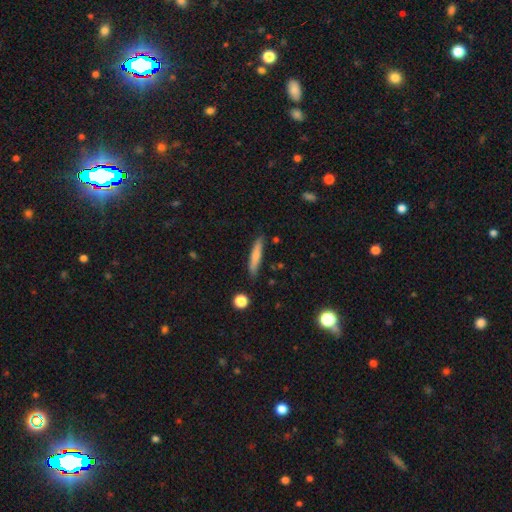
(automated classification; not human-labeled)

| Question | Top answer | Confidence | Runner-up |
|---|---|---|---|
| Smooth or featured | smooth | 70% | featured or disk (23%) |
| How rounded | cigar-shaped | 89% | in between (9%) |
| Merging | none | 84% | minor disturbance (12%) |